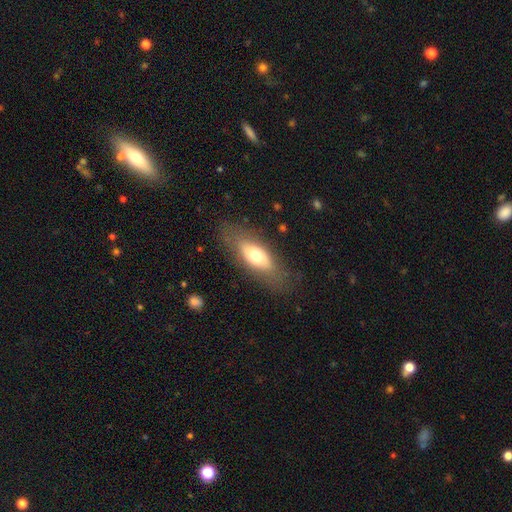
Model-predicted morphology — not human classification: smooth 64%, featured or disk 29%, star or artifact 7%. Down the decision tree: how rounded — in between (75%); merging — none (75%).